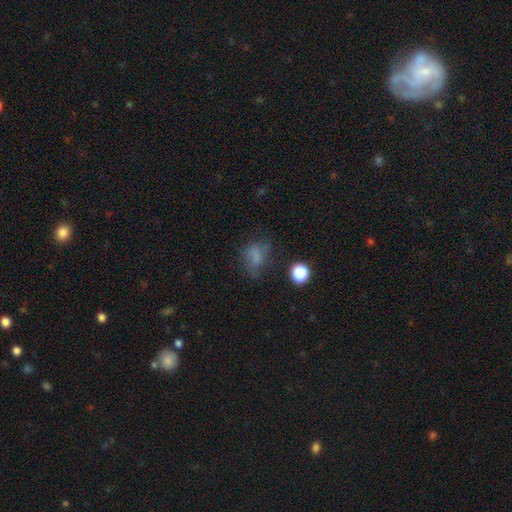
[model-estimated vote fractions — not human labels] The model was most divided on "how rounded": in between: 58%, round: 41%, cigar-shaped: 2%. More confident: smooth or featured — smooth (65%); merging — none (50%).